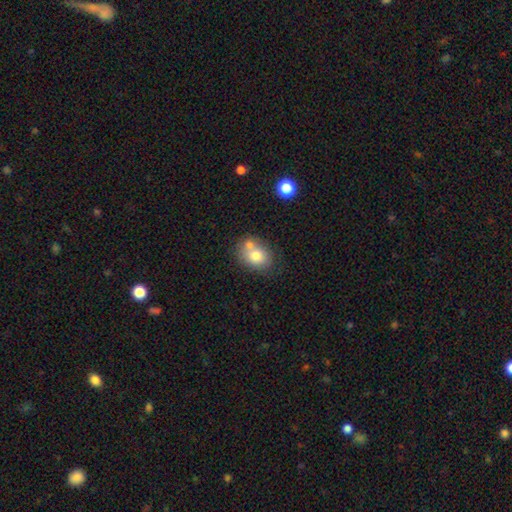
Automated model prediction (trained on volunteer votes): smooth_or_featured: smooth (p=0.74) [alt: featured or disk p=0.17]
how_rounded: in between (p=0.54) [alt: round p=0.45]
merging: none (p=0.48) [alt: merger p=0.34]